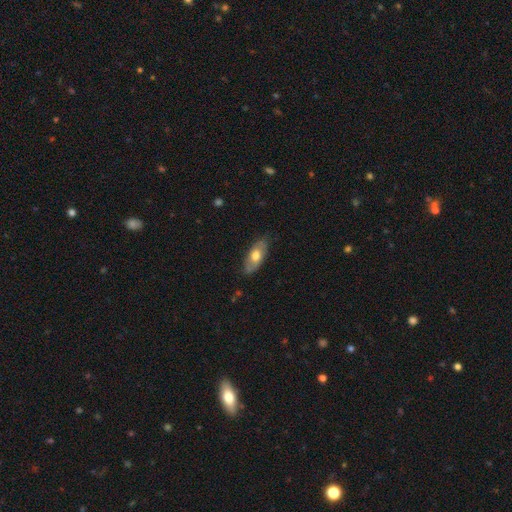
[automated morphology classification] smooth 62%, featured or disk 33%, star or artifact 6%. Down the decision tree: how rounded — in between (84%); merging — none (77%).